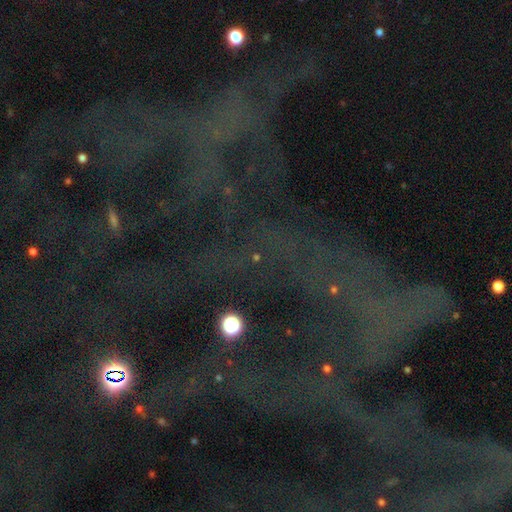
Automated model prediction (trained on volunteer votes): Smooth or featured? star or artifact (80%)